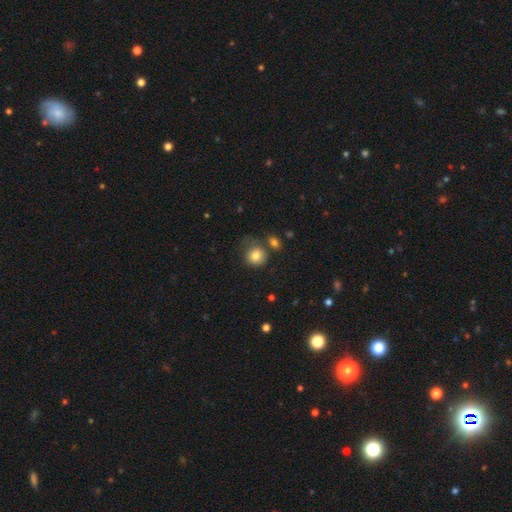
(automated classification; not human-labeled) The model was most divided on "merging": none: 58%, minor disturbance: 21%, merger: 11%, major disturbance: 10%. More confident: how rounded — round (85%); smooth or featured — smooth (82%).